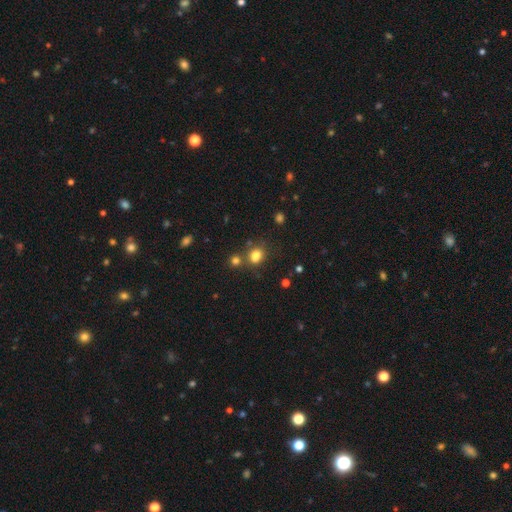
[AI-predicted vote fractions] smooth-or-featured: smooth: 79% | star or artifact: 14% | featured or disk: 6%
  how-rounded: round: 57% | in between: 42% | cigar-shaped: 1%
  merging: none: 64% | merger: 19% | minor disturbance: 13% | major disturbance: 5%